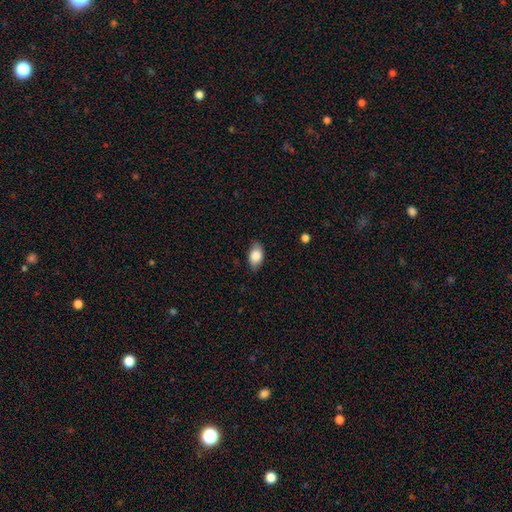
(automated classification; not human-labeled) smooth 84%, featured or disk 9%, star or artifact 7%. Down the decision tree: how rounded — in between (90%); merging — none (82%).